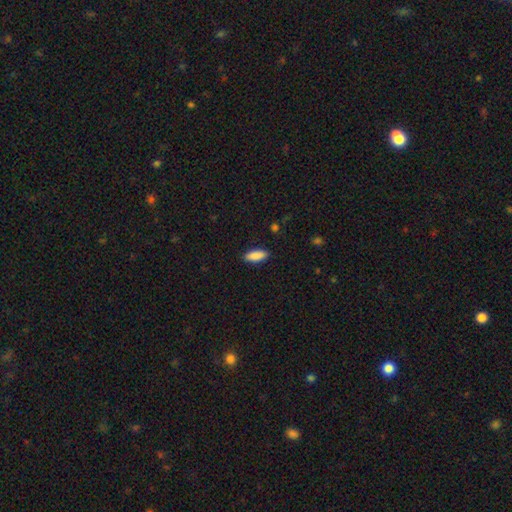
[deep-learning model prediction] Overall: smooth (89%). How rounded: in between (74%). Merging: none (89%).